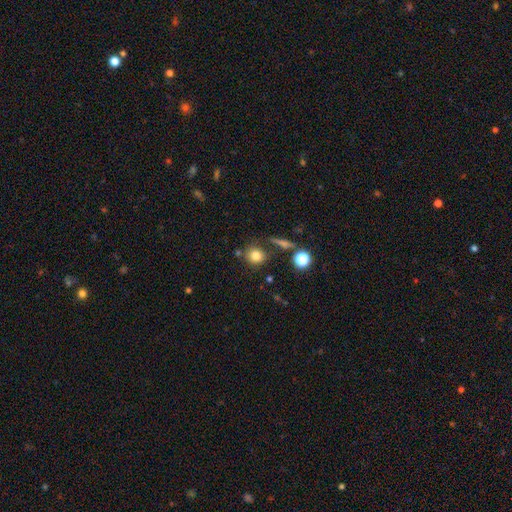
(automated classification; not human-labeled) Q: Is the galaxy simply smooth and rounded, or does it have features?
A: smooth — 80%.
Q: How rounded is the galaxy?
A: round — 81%.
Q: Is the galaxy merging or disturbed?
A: none — 76%.